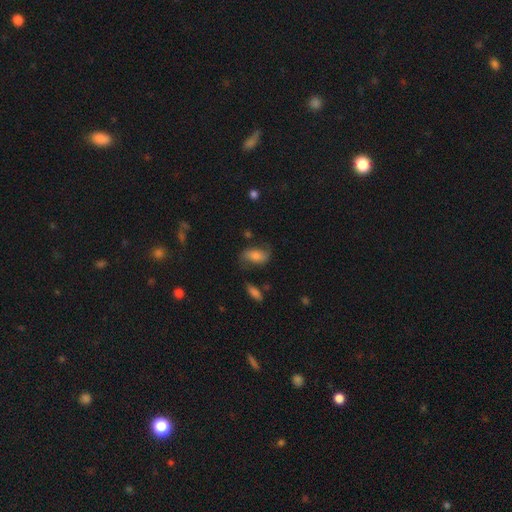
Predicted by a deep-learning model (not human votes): A smooth galaxy with no disk features (50%) that is in between round and cigar-shaped (87%).

Vote fractions:
- Smooth or featured? smooth: 50% / featured or disk: 41% / star or artifact: 9%
- How rounded? in between: 87% / round: 10% / cigar-shaped: 4%
- Merging? none: 61% / minor disturbance: 23% / major disturbance: 12% / merger: 4%